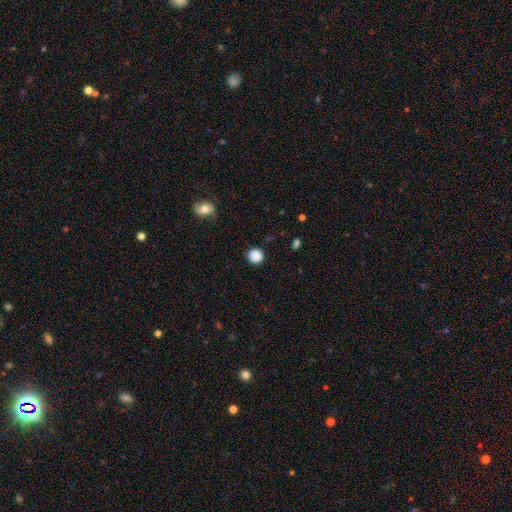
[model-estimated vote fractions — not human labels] This appears to be a smooth galaxy with no disk features (88%) that is round (93%). Merging: none (90%).